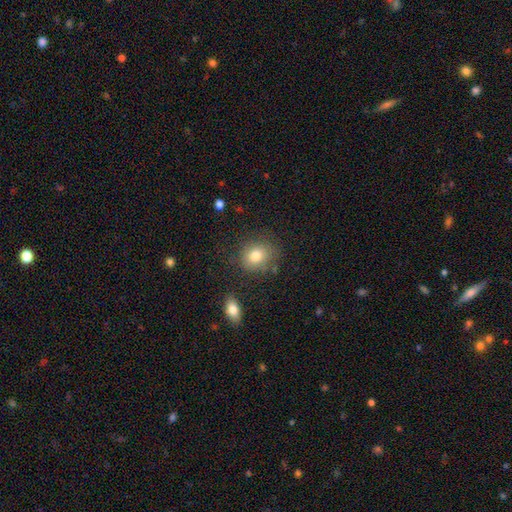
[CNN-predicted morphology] Q: Smooth or featured?
A: smooth (80%); runner-up: star or artifact (10%)
Q: How rounded?
A: round (59%); runner-up: in between (40%)
Q: Merging?
A: none (77%); runner-up: minor disturbance (14%)